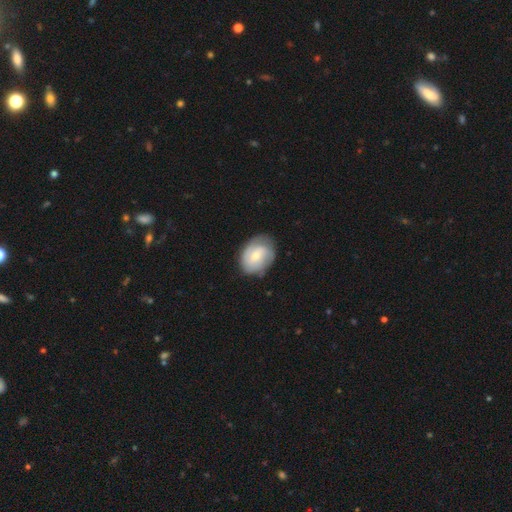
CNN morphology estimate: A featured or disk galaxy (52%). Merging: none (68%).